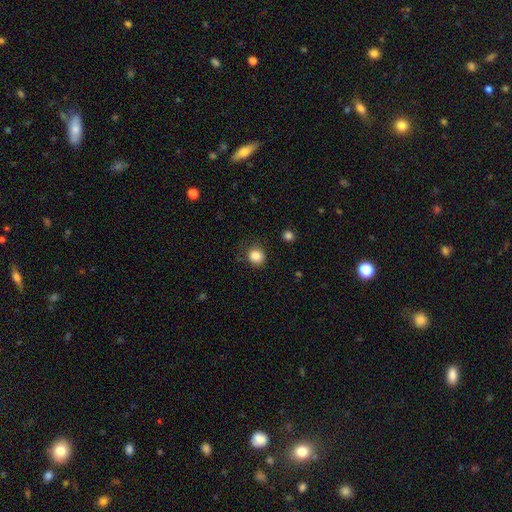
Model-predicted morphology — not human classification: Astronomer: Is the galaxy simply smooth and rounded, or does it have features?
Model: smooth — 85%.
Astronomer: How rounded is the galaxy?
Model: round — 84%.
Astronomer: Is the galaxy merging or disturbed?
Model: none — 79%.